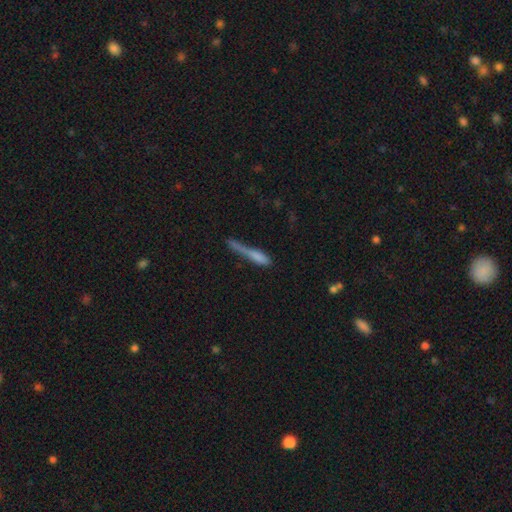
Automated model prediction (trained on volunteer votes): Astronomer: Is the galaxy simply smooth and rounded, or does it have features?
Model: smooth — 67%.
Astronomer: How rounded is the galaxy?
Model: cigar-shaped — 83%.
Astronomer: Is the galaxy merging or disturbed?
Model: none — 32% (runner-up: major disturbance, 25%).